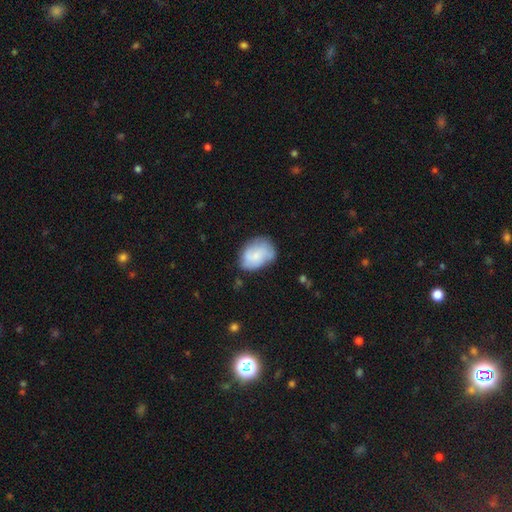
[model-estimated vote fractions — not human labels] Morphology: type=smooth (61%); roundness=in between (75%); merging=none (56%).